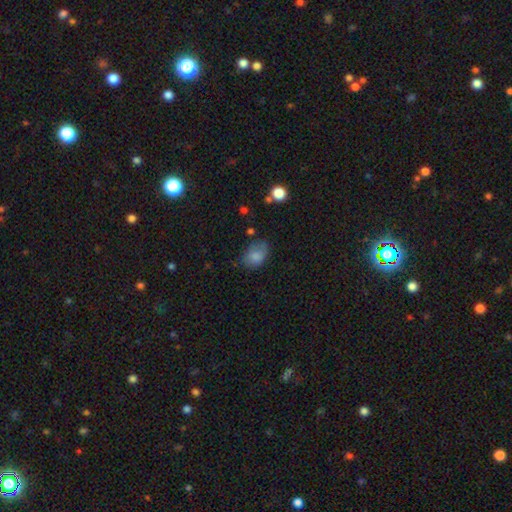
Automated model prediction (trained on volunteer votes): smooth-or-featured: smooth: 81% | featured or disk: 10% | star or artifact: 9%
  how-rounded: in between: 80% | round: 19% | cigar-shaped: 1%
  merging: none: 60% | minor disturbance: 28% | major disturbance: 9% | merger: 3%